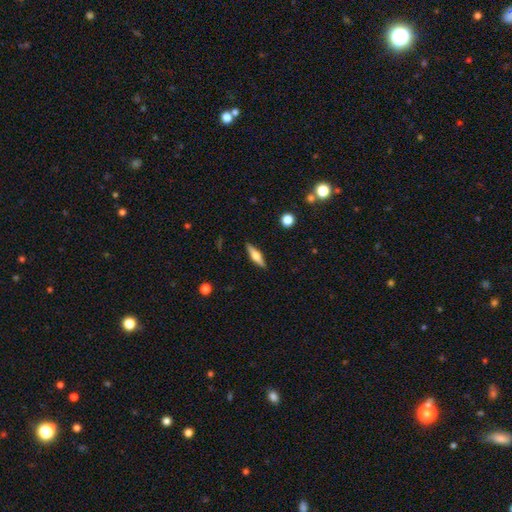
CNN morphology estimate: Smooth or featured?
  - featured or disk: 54% *
  - smooth: 39%
  - star or artifact: 6%
Edge-on disk?
  - yes: 95% *
  - no: 5%
Edge-on bulge?
  - rounded: 92% *
  - boxy: 5%
  - none: 3%
Merging?
  - none: 90% *
  - minor disturbance: 7%
  - major disturbance: 2%
  - merger: 1%